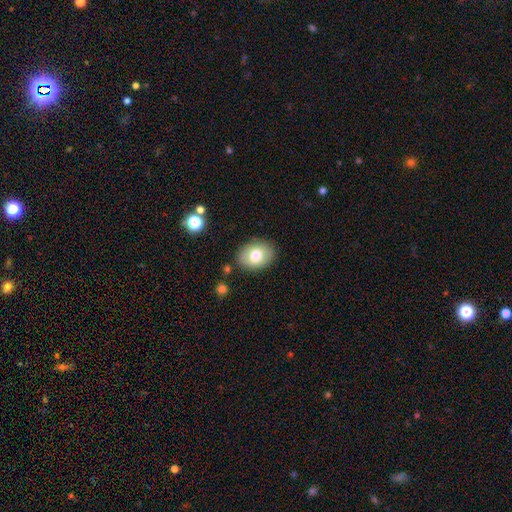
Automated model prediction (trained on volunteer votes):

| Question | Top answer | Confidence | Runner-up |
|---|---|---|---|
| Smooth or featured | smooth | 74% | featured or disk (18%) |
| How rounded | in between | 73% | round (26%) |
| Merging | none | 85% | minor disturbance (10%) |